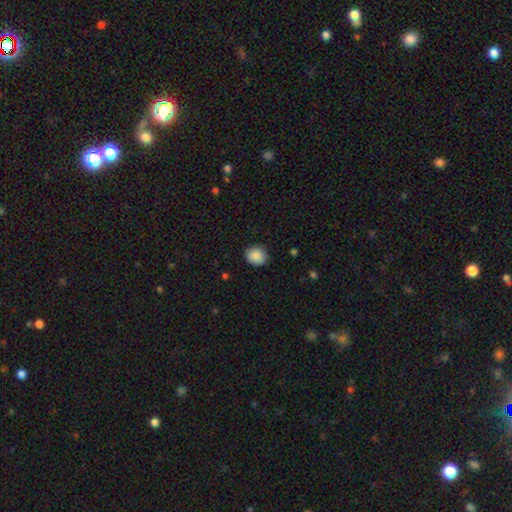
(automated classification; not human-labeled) Smooth or featured: smooth — 88% (star or artifact — 8%)
How rounded: round — 80% (in between — 19%)
Merging: none — 87% (minor disturbance — 10%)